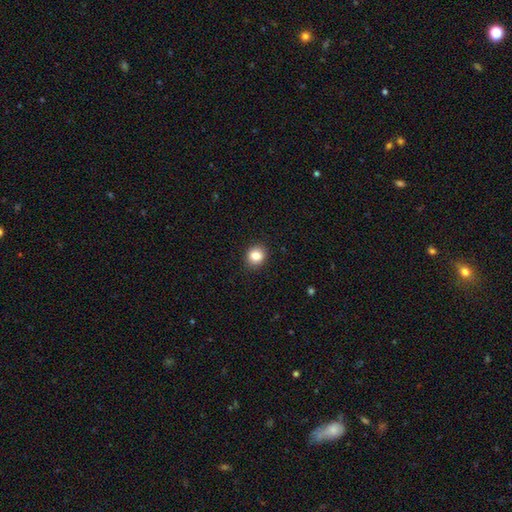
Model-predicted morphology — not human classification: This is clearly a smooth galaxy (85%). How rounded: likely round (80%). Merging: clearly none (90%).